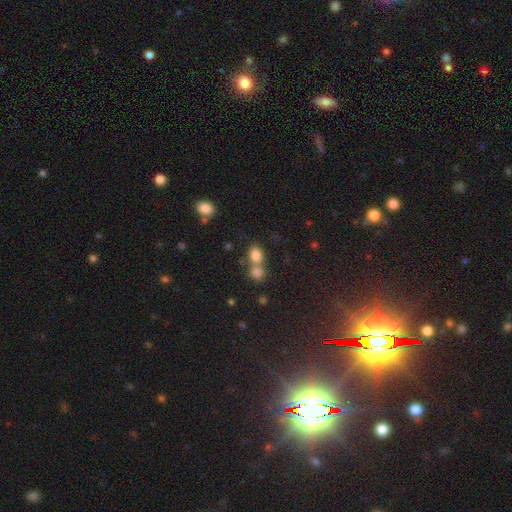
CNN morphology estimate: smooth 80%, star or artifact 12%, featured or disk 8%. Down the decision tree: how rounded — in between (59%); merging — merger (49%).